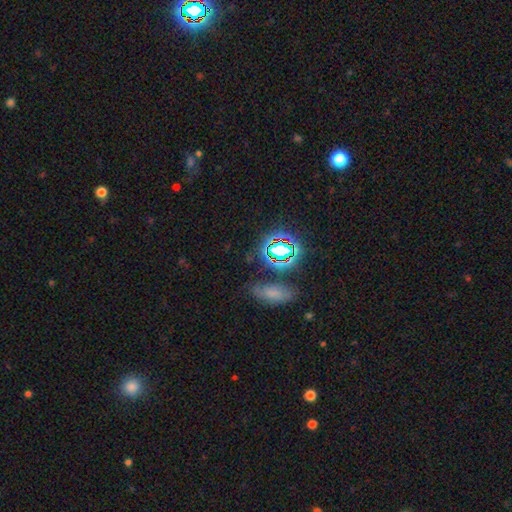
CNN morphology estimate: This is likely a star or artifact rather than a galaxy (61%).